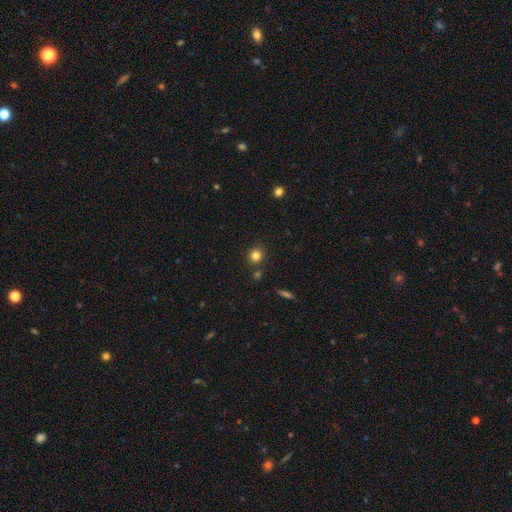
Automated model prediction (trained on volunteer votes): Smooth or featured: smooth — 81% (star or artifact — 13%)
How rounded: round — 89% (in between — 10%)
Merging: none — 82% (minor disturbance — 9%)